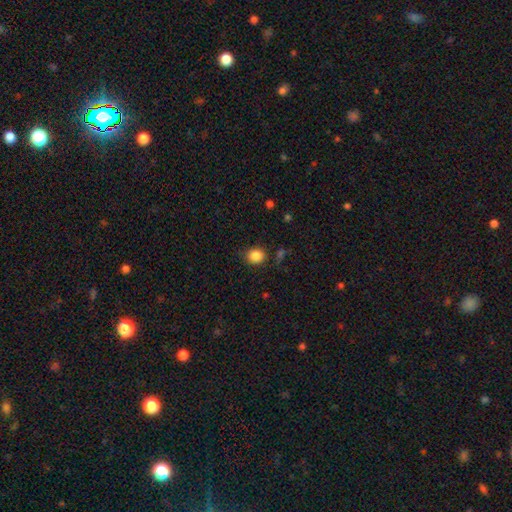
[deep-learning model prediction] smooth 86%, star or artifact 10%, featured or disk 4%. Down the decision tree: how rounded — round (73%); merging — none (80%).